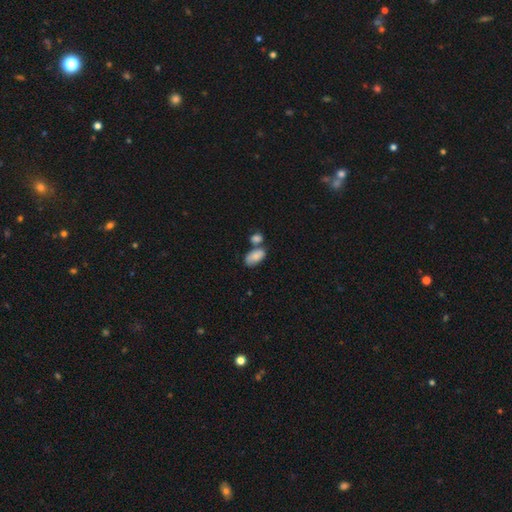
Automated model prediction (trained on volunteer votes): smooth-or-featured: smooth: 81% | featured or disk: 11% | star or artifact: 7%
  how-rounded: in between: 93% | round: 5% | cigar-shaped: 2%
  merging: merger: 42% | none: 37% | minor disturbance: 15% | major disturbance: 5%